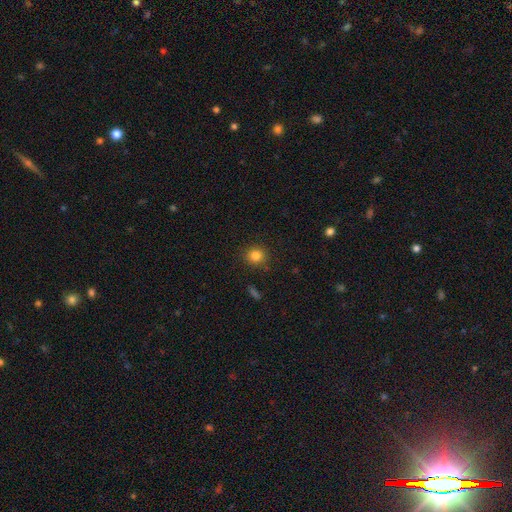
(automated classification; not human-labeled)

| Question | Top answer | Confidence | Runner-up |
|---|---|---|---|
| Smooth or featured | smooth | 83% | star or artifact (12%) |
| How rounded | round | 87% | in between (12%) |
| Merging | none | 89% | minor disturbance (7%) |